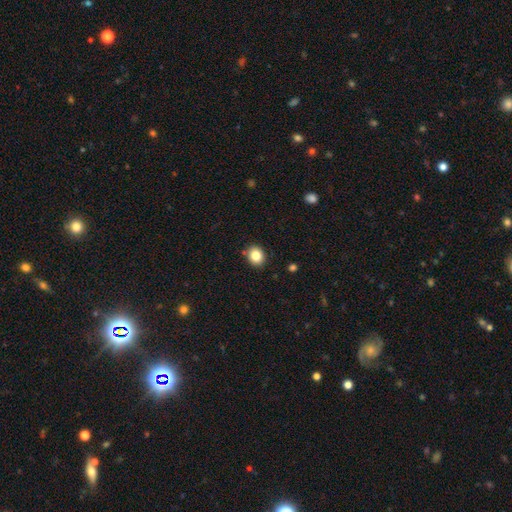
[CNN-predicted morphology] Q: Smooth or featured?
A: smooth (83%); runner-up: star or artifact (10%)
Q: How rounded?
A: round (63%); runner-up: in between (36%)
Q: Merging?
A: none (89%); runner-up: minor disturbance (8%)